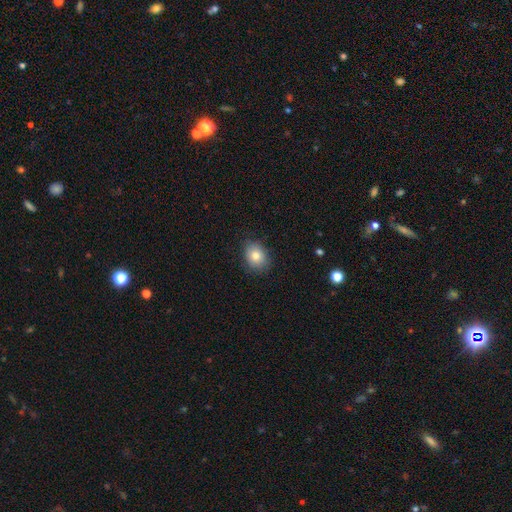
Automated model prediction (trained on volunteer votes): Q: Smooth or featured?
A: smooth (78%); runner-up: featured or disk (12%)
Q: How rounded?
A: round (55%); runner-up: in between (44%)
Q: Merging?
A: none (82%); runner-up: minor disturbance (14%)